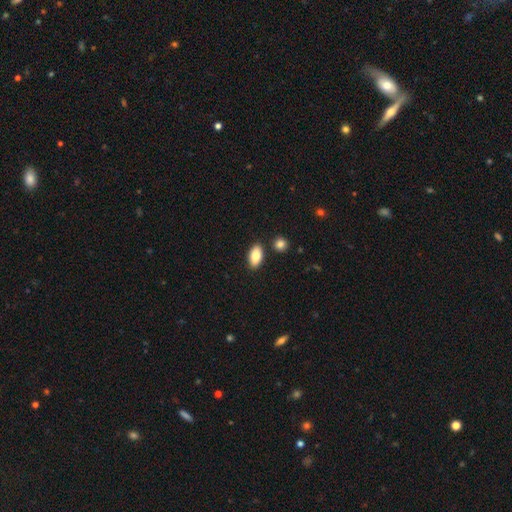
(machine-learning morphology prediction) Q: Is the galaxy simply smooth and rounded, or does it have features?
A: smooth — 83%.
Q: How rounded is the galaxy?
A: in between — 92%.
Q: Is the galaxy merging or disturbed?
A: none — 86%.